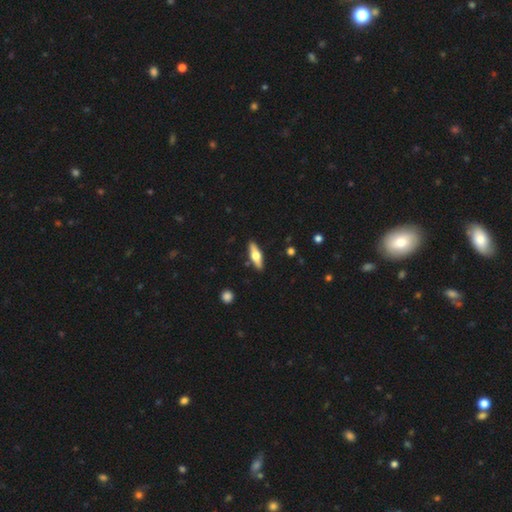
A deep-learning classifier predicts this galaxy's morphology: smooth-or-featured: featured or disk: 50% | smooth: 44% | star or artifact: 6%
  disk-edge-on: yes: 91% | no: 9%
  merging: none: 88% | minor disturbance: 8% | major disturbance: 2% | merger: 2%